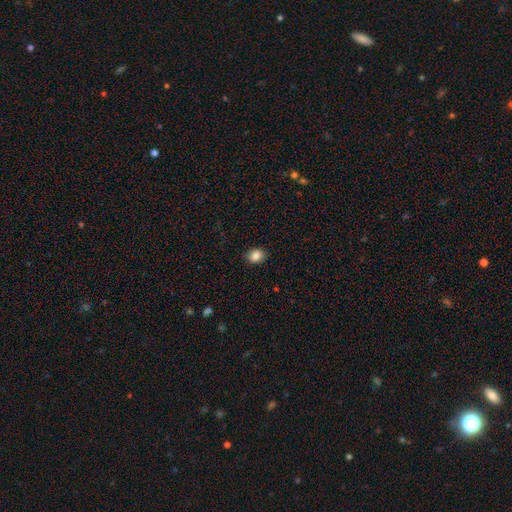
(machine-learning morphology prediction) A smooth galaxy with no disk features (85%) that is round (53%). Merging: none (88%).